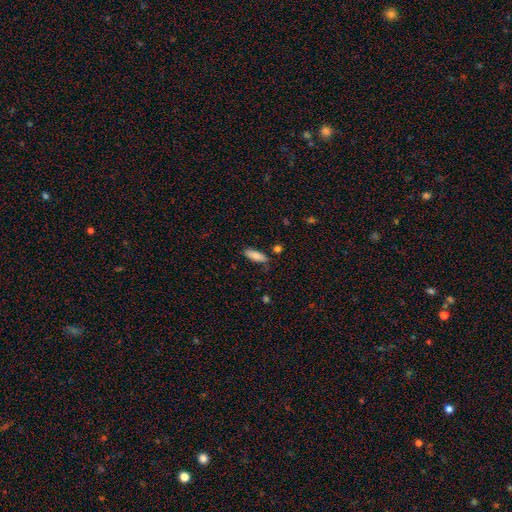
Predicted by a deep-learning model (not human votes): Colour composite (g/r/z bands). It shows a smooth galaxy with no disk features (86%) that is in between round and cigar-shaped (64%). Merging: none (78%).